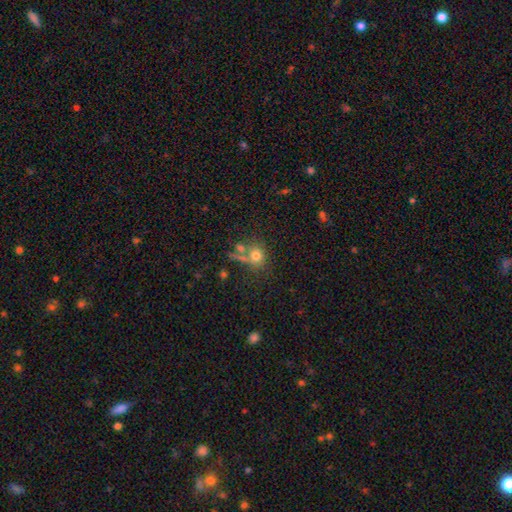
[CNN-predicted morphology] smooth 72%, featured or disk 14%, star or artifact 14%. Down the decision tree: how rounded — round (68%); merging — none (44%).